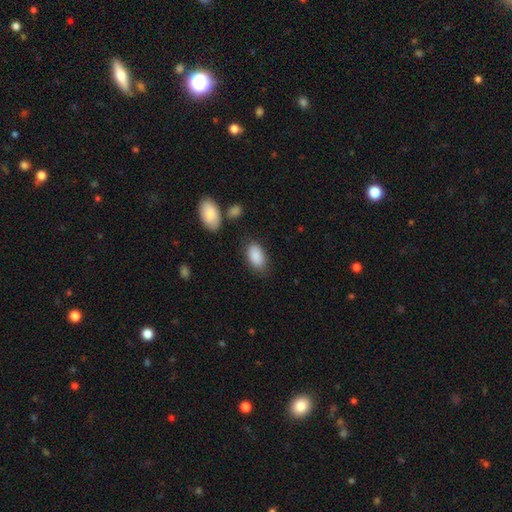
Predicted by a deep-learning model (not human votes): smooth 89%, star or artifact 6%, featured or disk 4%. Down the decision tree: how rounded — in between (93%); merging — none (77%).